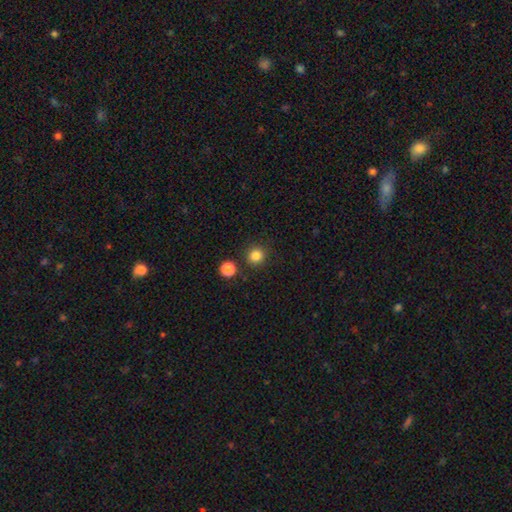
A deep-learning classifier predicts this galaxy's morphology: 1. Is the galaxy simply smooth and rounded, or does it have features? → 83% smooth, 13% star or artifact, 4% featured or disk.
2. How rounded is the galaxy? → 93% round, 6% in between, 1% cigar-shaped.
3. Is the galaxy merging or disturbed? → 87% none, 6% minor disturbance, 4% merger, 2% major disturbance.